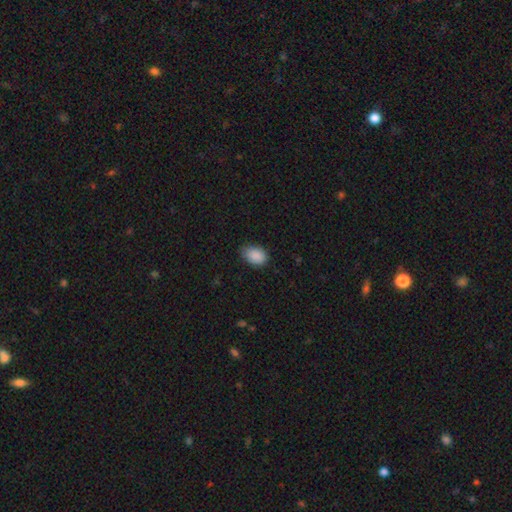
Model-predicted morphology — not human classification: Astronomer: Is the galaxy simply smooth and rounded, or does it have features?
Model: smooth — 89%.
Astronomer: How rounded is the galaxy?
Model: in between — 84%.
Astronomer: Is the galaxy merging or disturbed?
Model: none — 71%.